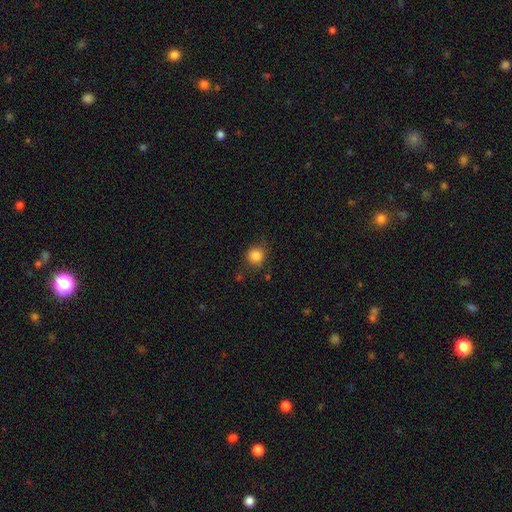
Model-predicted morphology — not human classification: Smooth or featured? smooth (84%)
How rounded? round (86%)
Merging? none (75%)